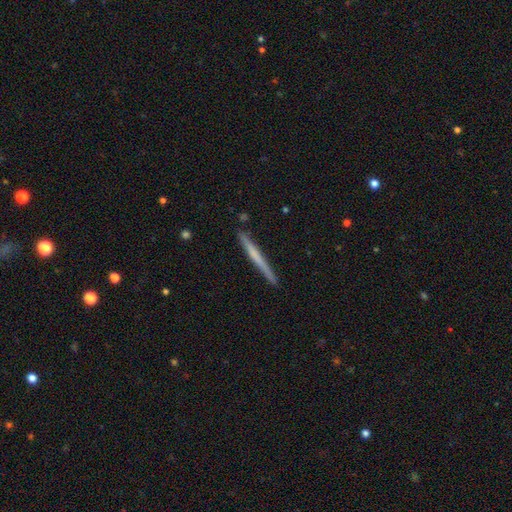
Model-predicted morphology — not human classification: smooth 49%, featured or disk 46%, star or artifact 5%. Down the decision tree: merging — none (89%).